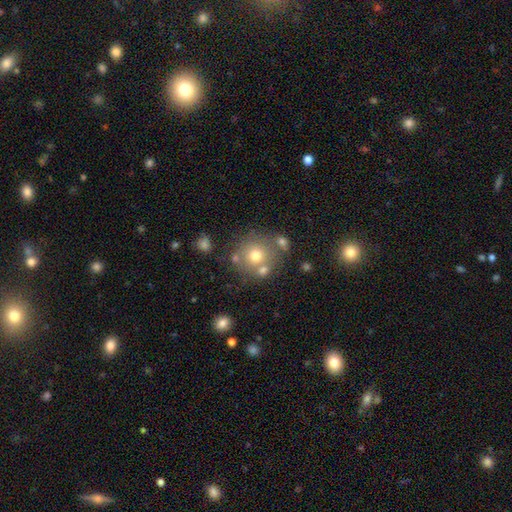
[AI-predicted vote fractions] This appears to be a smooth galaxy with no disk features (70%) that is round (91%). Merging: none (64%).